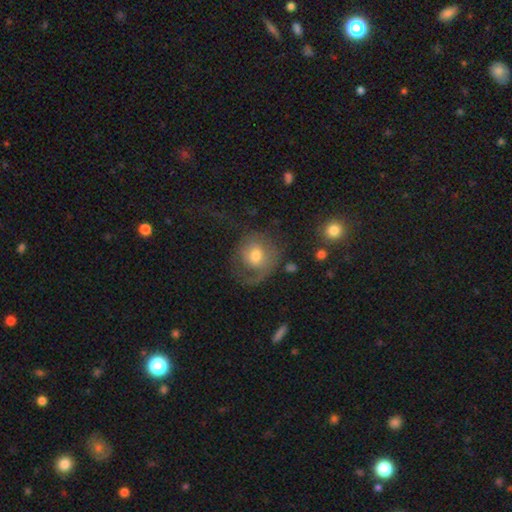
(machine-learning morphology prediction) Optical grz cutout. It shows a featured or disk galaxy (46%). Merging: none (41%).